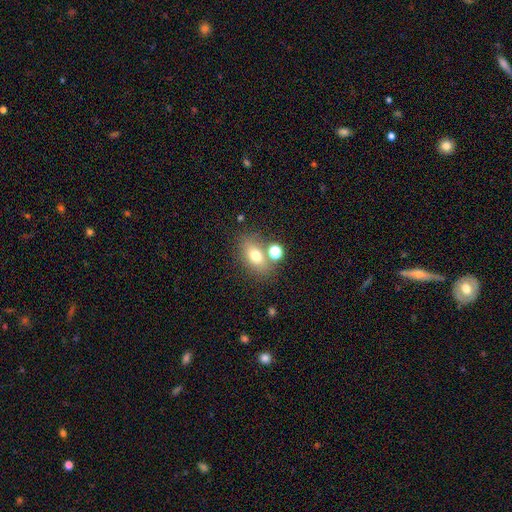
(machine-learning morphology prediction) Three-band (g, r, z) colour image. It shows a smooth galaxy with no disk features (70%) that is in between round and cigar-shaped (73%). Merging: none (64%).